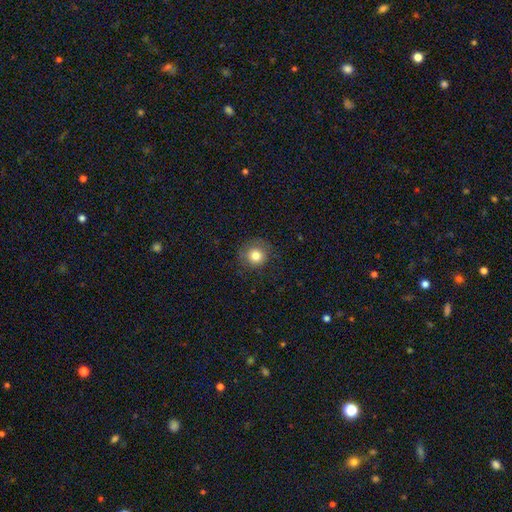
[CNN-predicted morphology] Smooth or featured? Predicted: smooth (p=0.80). How rounded? Predicted: round (p=0.92). Merging? Predicted: none (p=0.82).